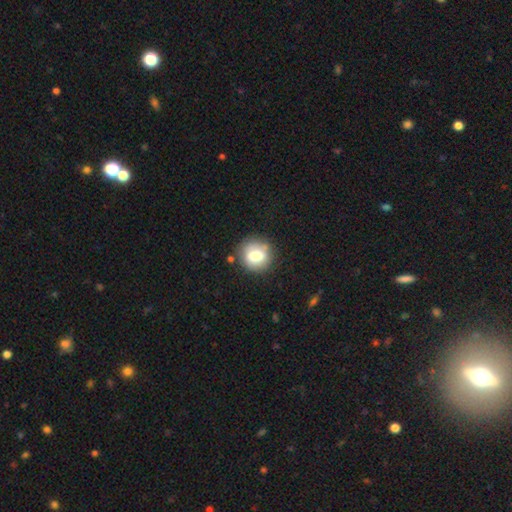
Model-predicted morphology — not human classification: type=smooth (72%); roundness=round (85%); merging=none (79%).